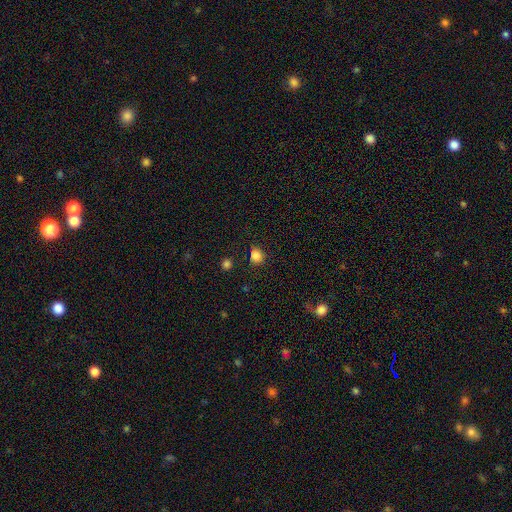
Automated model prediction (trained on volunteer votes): smooth-or-featured: smooth: 83% | star or artifact: 14% | featured or disk: 3%
  how-rounded: round: 76% | in between: 23% | cigar-shaped: 1%
  merging: none: 81% | minor disturbance: 12% | major disturbance: 4% | merger: 3%